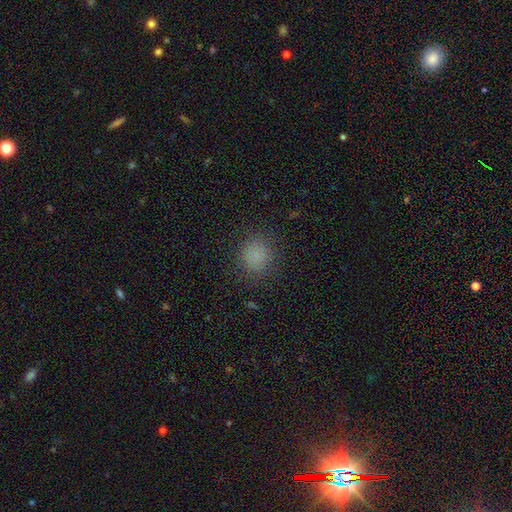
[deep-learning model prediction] This is clearly a smooth galaxy (82%). How rounded: clearly round (81%). Merging: clearly none (86%).